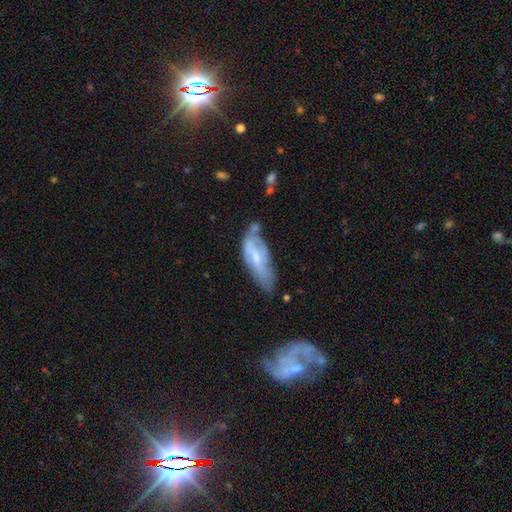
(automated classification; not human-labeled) Overall: featured or disk (54%; smooth 39%). Edge-on disk: no (77%). Merging: none (43%; minor disturbance 33%).